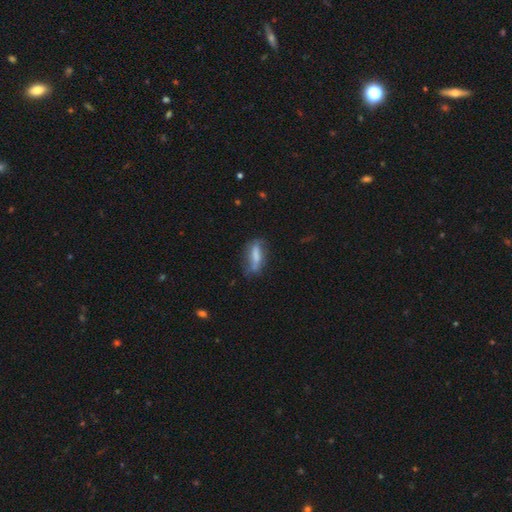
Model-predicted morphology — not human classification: A smooth galaxy with no disk features (55%) that is in between round and cigar-shaped (51%).

Vote fractions:
- Smooth or featured? smooth: 55% / featured or disk: 36% / star or artifact: 9%
- How rounded? in between: 51% / cigar-shaped: 46% / round: 4%
- Merging? none: 55% / minor disturbance: 29% / major disturbance: 12% / merger: 4%